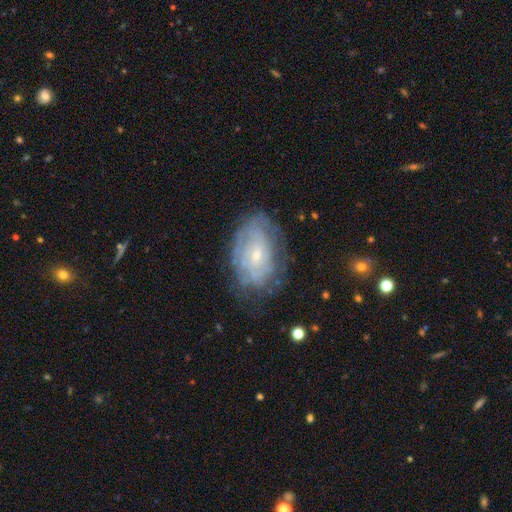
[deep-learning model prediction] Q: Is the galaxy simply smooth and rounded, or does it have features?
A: featured or disk — 67%.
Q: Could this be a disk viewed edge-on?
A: no — 95%.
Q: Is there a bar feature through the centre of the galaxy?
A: no — 71%.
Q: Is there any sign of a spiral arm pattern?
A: yes — 73%.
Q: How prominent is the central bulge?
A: small — 72%.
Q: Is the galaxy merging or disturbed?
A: none — 67%.